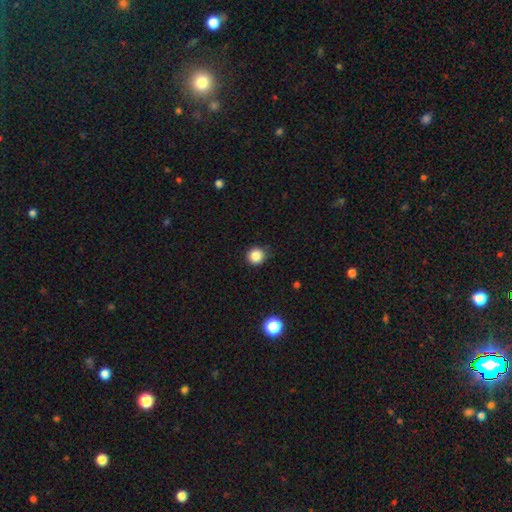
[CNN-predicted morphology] smooth 85%, star or artifact 11%, featured or disk 3%. Down the decision tree: how rounded — round (93%); merging — none (86%).